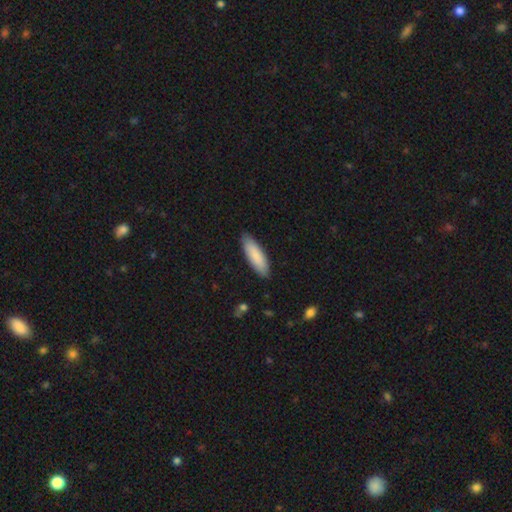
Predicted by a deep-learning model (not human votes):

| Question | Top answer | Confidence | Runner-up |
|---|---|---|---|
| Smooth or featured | smooth | 87% | featured or disk (8%) |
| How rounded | cigar-shaped | 53% | in between (46%) |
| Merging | none | 88% | minor disturbance (9%) |